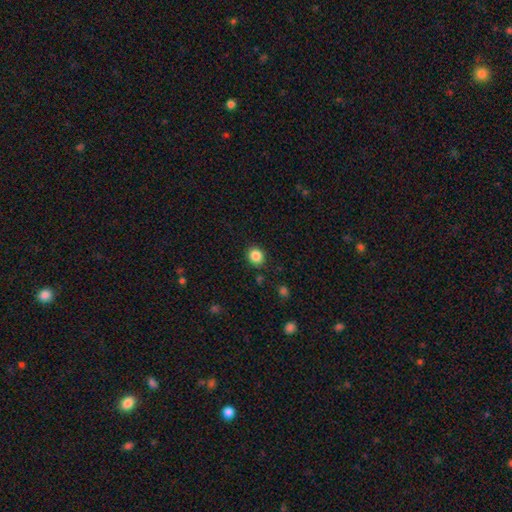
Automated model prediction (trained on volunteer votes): smooth 86%, star or artifact 10%, featured or disk 4%. Down the decision tree: how rounded — round (75%); merging — none (87%).